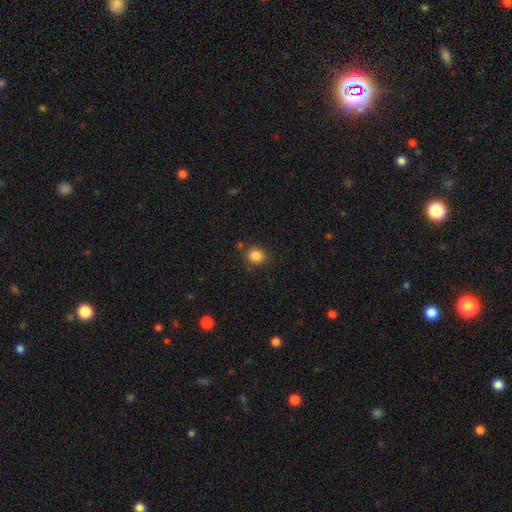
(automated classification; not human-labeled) smooth 86%, star or artifact 10%, featured or disk 4%. Down the decision tree: how rounded — round (76%); merging — none (79%).